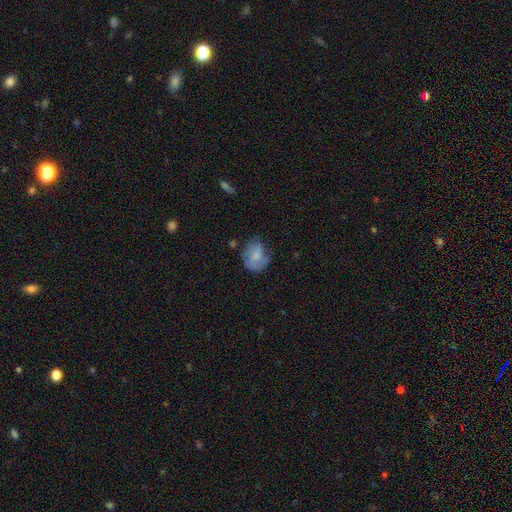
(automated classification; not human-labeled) Morphology: type=smooth (53%); roundness=round (53%); merging=none (52%).